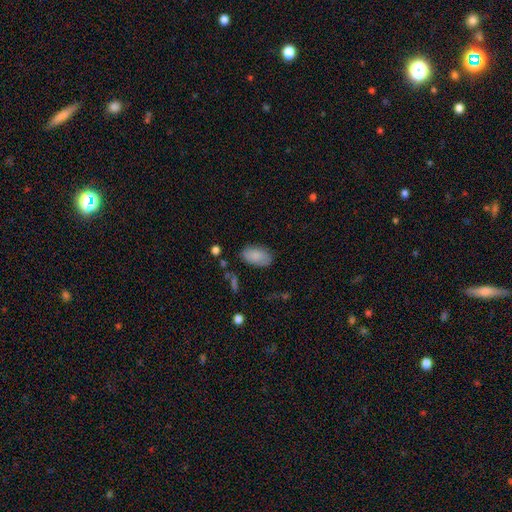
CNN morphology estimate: Smooth or featured? Predicted: smooth (p=0.86). How rounded? Predicted: in between (p=0.94). Merging? Predicted: none (p=0.80).